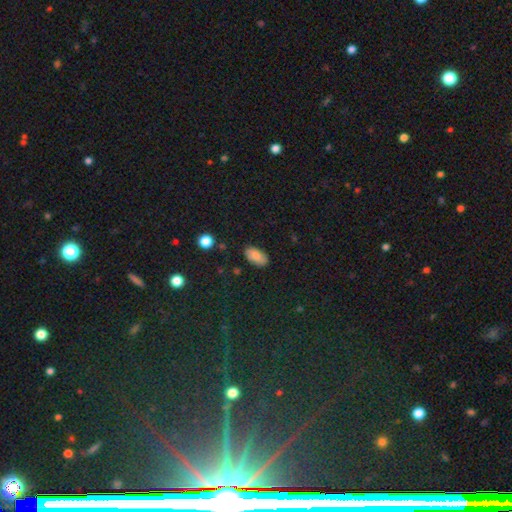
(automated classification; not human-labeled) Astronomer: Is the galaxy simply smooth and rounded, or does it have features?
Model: smooth — 81%.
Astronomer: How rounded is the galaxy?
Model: in between — 94%.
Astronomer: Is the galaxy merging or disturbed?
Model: none — 83%.